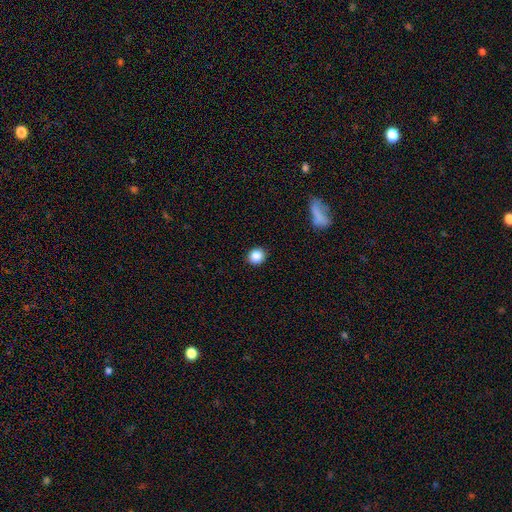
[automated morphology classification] type=smooth (86%); roundness=round (86%); merging=none (91%).